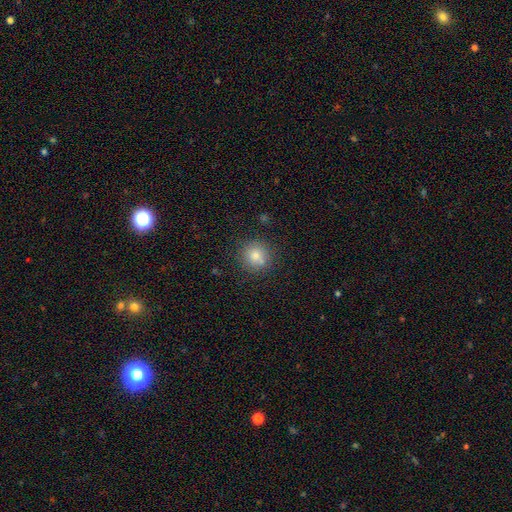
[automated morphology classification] This is likely a smooth galaxy (78%). How rounded: clearly round (92%). Merging: clearly none (80%).